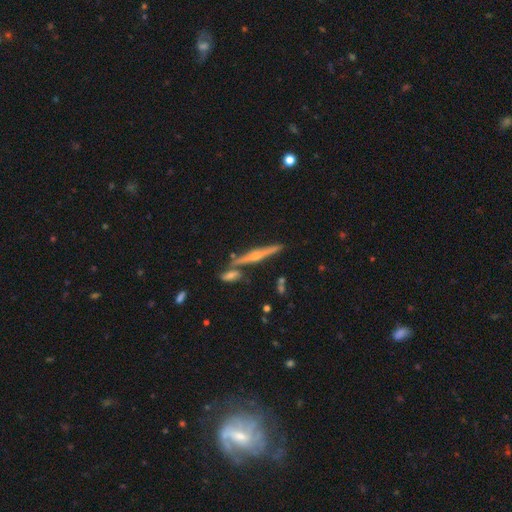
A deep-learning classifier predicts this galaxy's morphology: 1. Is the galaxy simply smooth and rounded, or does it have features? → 77% featured or disk, 15% smooth, 7% star or artifact.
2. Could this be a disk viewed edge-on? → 97% yes, 3% no.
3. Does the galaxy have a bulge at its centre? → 84% rounded, 10% none, 6% boxy.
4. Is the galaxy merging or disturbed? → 78% none, 11% merger, 9% minor disturbance, 3% major disturbance.